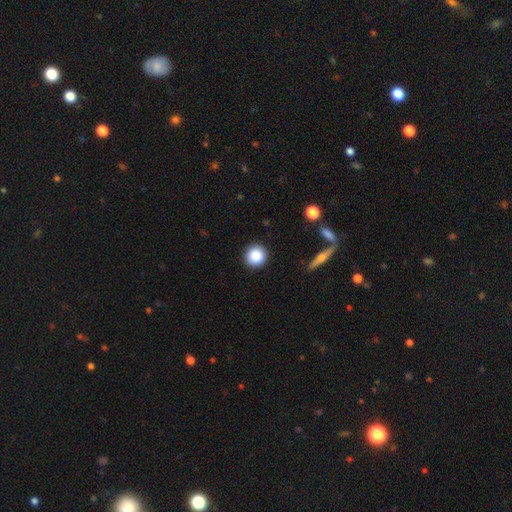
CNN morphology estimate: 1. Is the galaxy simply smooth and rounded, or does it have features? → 86% smooth, 9% star or artifact, 5% featured or disk.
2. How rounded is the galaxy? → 94% round, 5% in between, 1% cigar-shaped.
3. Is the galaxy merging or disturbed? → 91% none, 6% minor disturbance, 2% major disturbance, 1% merger.